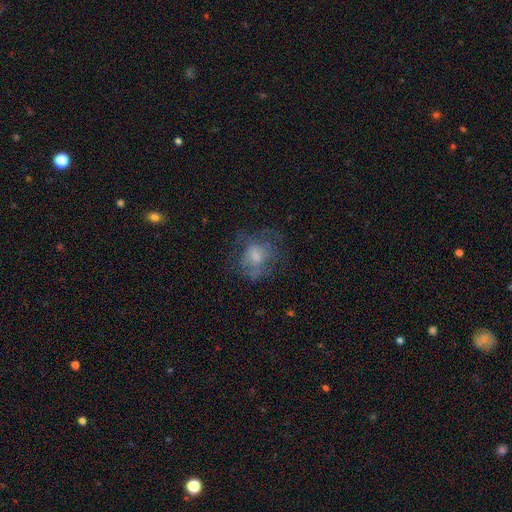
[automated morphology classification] Smooth or featured? Predicted: featured or disk (p=0.44). Merging? Predicted: none (p=0.50).